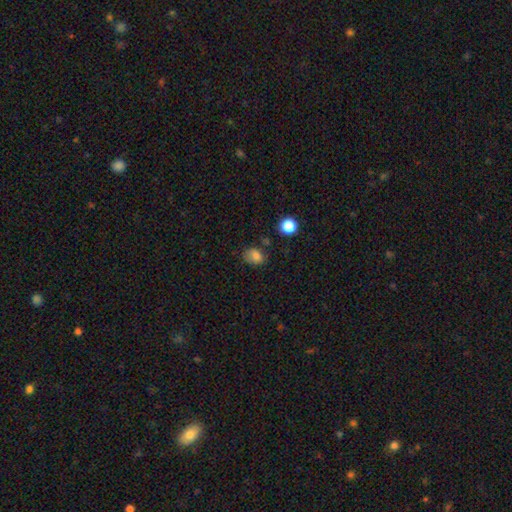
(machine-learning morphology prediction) Overall: smooth (79%). How rounded: in between (63%; round 36%). Merging: none (62%; minor disturbance 26%).